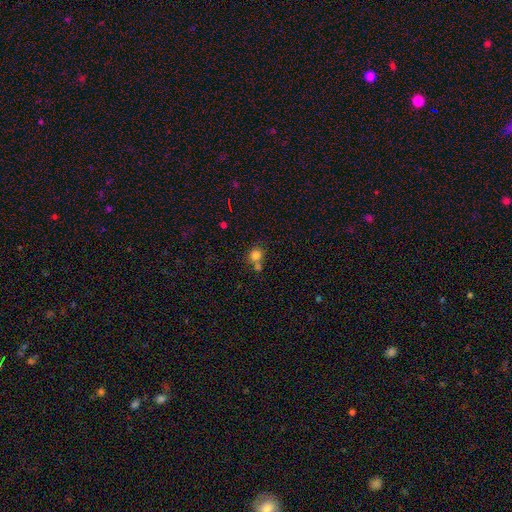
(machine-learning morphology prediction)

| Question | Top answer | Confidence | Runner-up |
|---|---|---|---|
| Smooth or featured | smooth | 81% | star or artifact (12%) |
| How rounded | round | 83% | in between (16%) |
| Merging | none | 52% | merger (34%) |